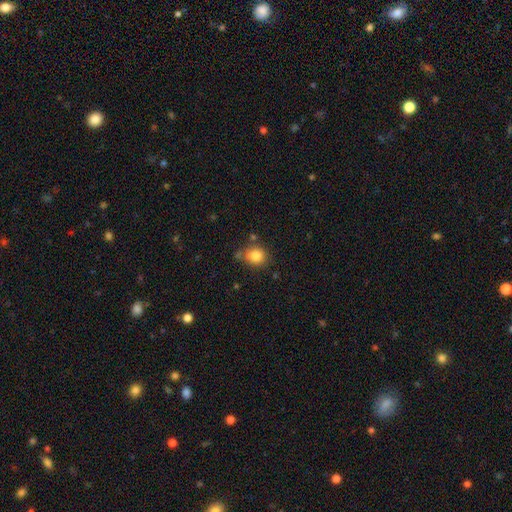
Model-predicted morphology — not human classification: Smooth or featured? smooth (84%)
How rounded? round (76%)
Merging? none (71%)